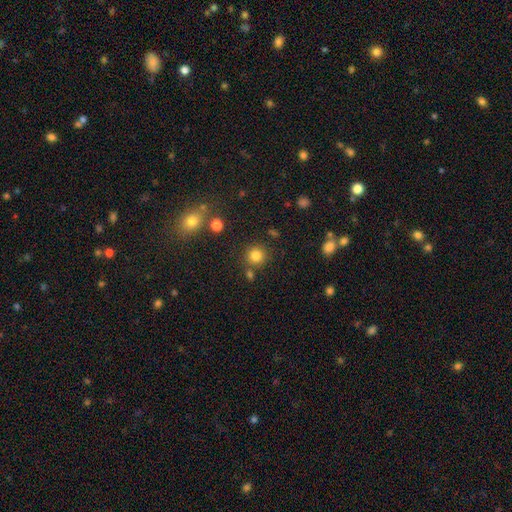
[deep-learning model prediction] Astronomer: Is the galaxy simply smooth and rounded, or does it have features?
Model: smooth — 81%.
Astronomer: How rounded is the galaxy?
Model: round — 92%.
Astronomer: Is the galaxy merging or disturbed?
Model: none — 81%.